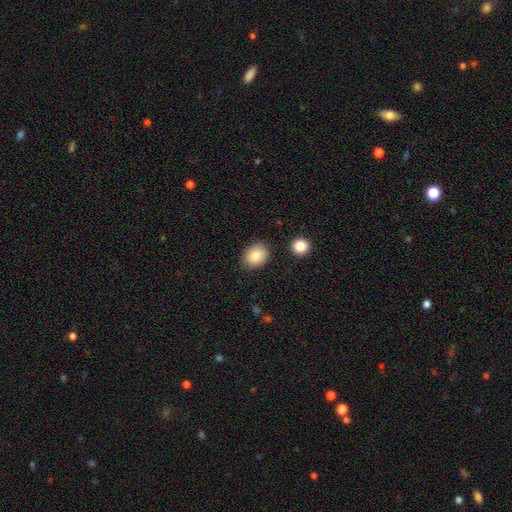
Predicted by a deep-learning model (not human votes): Smooth or featured: smooth — 85% (star or artifact — 8%)
How rounded: in between — 53% (round — 46%)
Merging: none — 84% (minor disturbance — 11%)